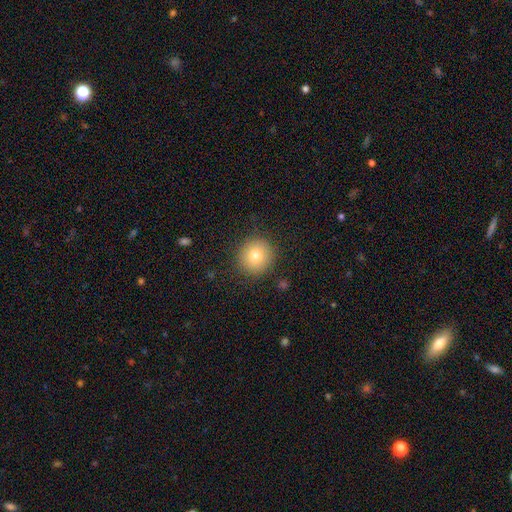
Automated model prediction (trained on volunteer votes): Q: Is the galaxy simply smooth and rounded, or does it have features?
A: smooth — 77%.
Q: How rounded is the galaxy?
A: round — 92%.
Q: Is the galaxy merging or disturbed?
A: none — 89%.